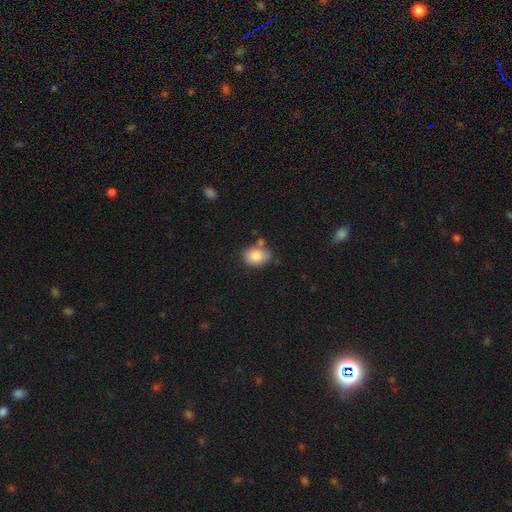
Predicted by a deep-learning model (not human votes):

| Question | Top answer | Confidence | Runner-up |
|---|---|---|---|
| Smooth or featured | smooth | 85% | star or artifact (8%) |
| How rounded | in between | 70% | round (29%) |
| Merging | none | 66% | minor disturbance (21%) |